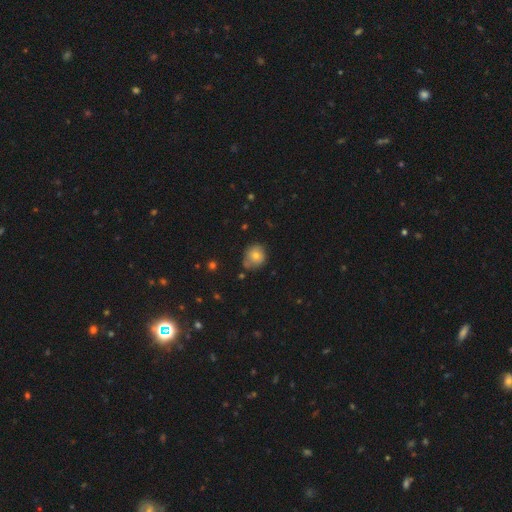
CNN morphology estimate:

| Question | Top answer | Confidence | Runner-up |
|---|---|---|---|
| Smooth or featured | smooth | 73% | featured or disk (17%) |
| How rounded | round | 82% | in between (17%) |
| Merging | none | 66% | minor disturbance (24%) |